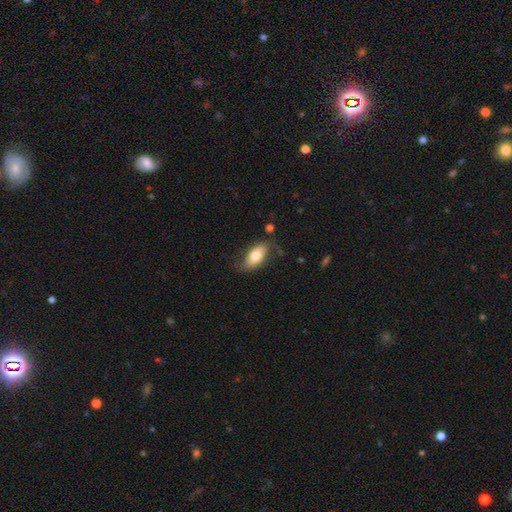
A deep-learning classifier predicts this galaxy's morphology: Overall: smooth (63%; featured or disk 31%). How rounded: in between (90%). Merging: none (66%).